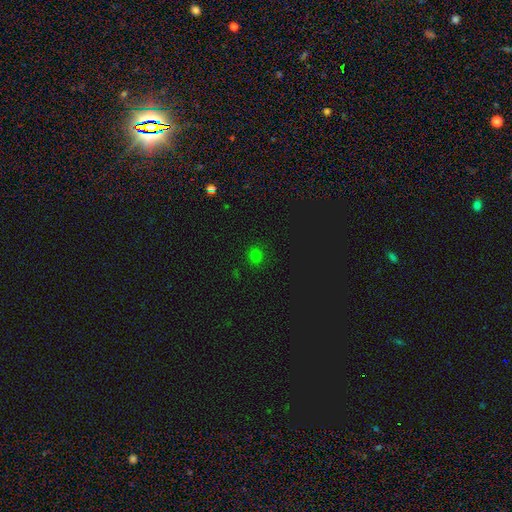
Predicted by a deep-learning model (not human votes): This appears to be a smooth galaxy with no disk features (73%) that is round (81%). Merging: none (87%).